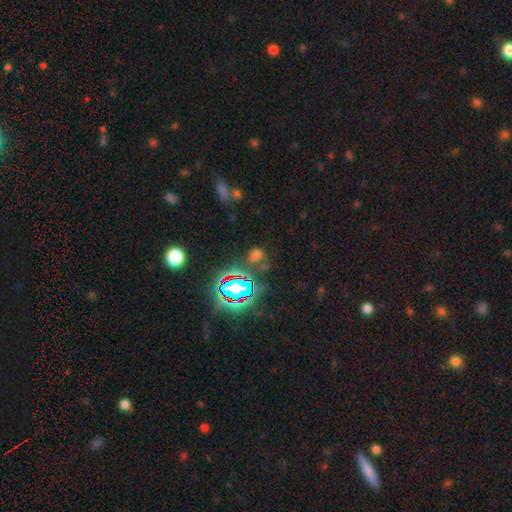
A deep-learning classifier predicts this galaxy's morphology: smooth-or-featured: star or artifact: 47% | smooth: 43% | featured or disk: 10%